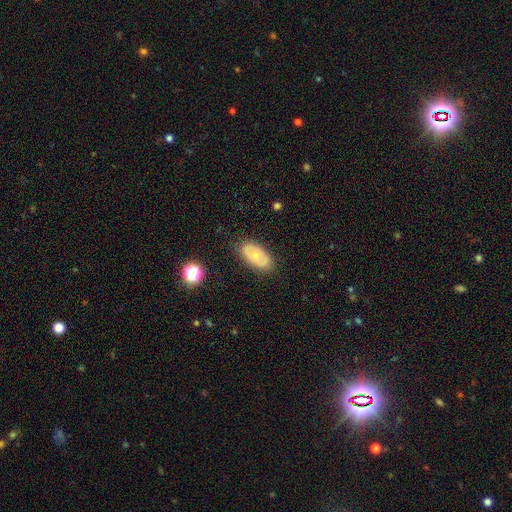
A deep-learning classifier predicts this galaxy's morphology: A featured or disk galaxy (48%). Merging: none (82%).